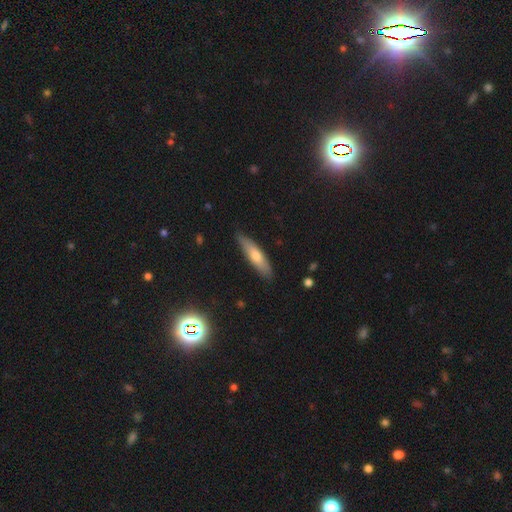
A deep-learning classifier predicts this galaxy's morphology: Smooth or featured?
  - smooth: 61% *
  - featured or disk: 32%
  - star or artifact: 7%
How rounded?
  - cigar-shaped: 73% *
  - in between: 25%
  - round: 2%
Merging?
  - none: 85% *
  - minor disturbance: 12%
  - major disturbance: 2%
  - merger: 1%